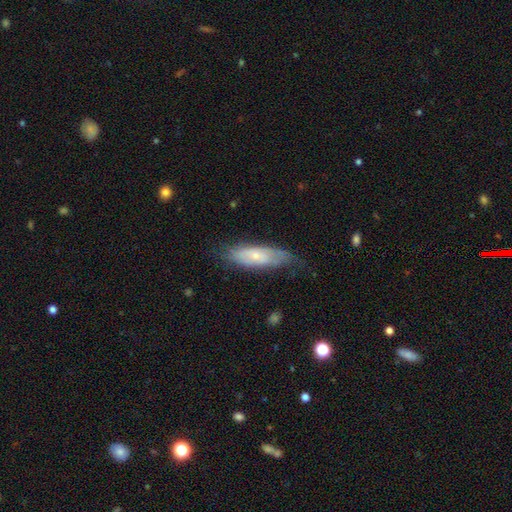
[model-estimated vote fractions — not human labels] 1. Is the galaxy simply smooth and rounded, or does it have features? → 48% smooth, 45% featured or disk, 7% star or artifact.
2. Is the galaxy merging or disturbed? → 56% none, 31% minor disturbance, 11% major disturbance, 2% merger.